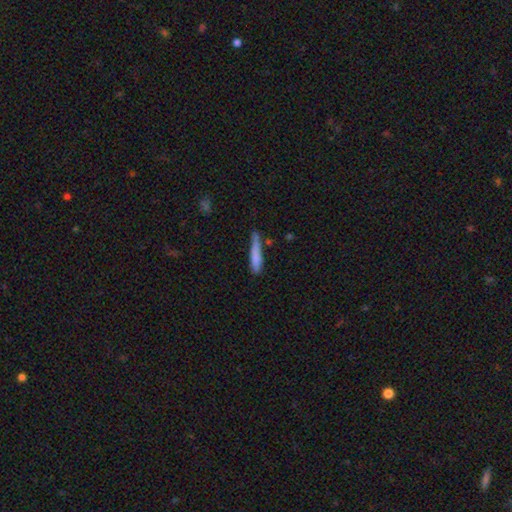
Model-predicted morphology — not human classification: smooth 75%, featured or disk 19%, star or artifact 7%. Down the decision tree: how rounded — cigar-shaped (91%); merging — none (58%).